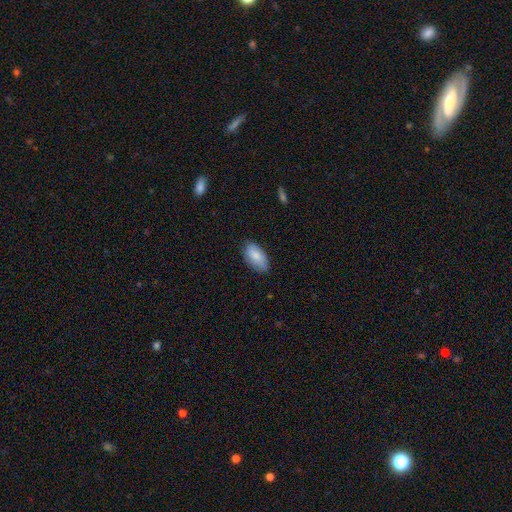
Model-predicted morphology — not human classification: This appears to be a smooth galaxy with no disk features (85%) that is in between round and cigar-shaped (94%). Merging: none (79%).